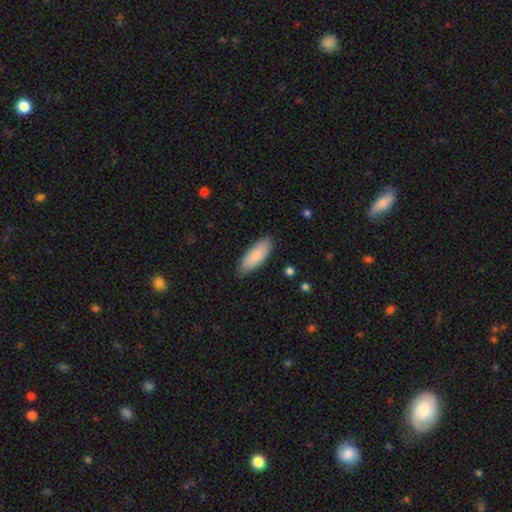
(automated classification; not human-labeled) smooth-or-featured: smooth: 86% | featured or disk: 9% | star or artifact: 5%
  how-rounded: in between: 70% | cigar-shaped: 28% | round: 2%
  merging: none: 86% | minor disturbance: 11% | major disturbance: 2% | merger: 1%